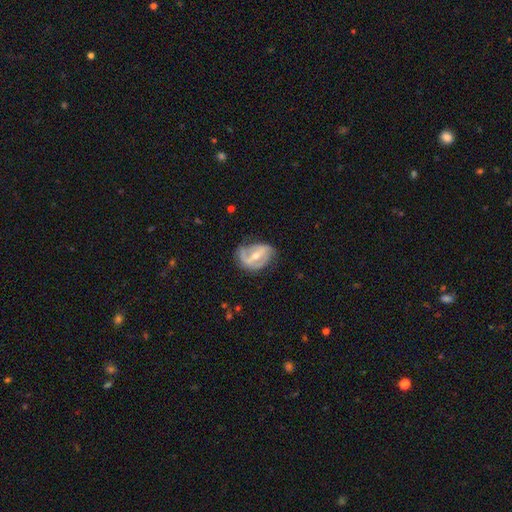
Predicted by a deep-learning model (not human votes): Smooth or featured? Predicted: featured or disk (p=0.78). Edge-on disk? Predicted: no (p=0.96). Bar? Predicted: strong (p=0.51). Spiral arms? Predicted: yes (p=0.78). Spiral winding? Predicted: medium (p=0.41). Spiral arm count? Predicted: 2 (p=0.67). Bulge size? Predicted: moderate (p=0.57). Merging? Predicted: none (p=0.55).